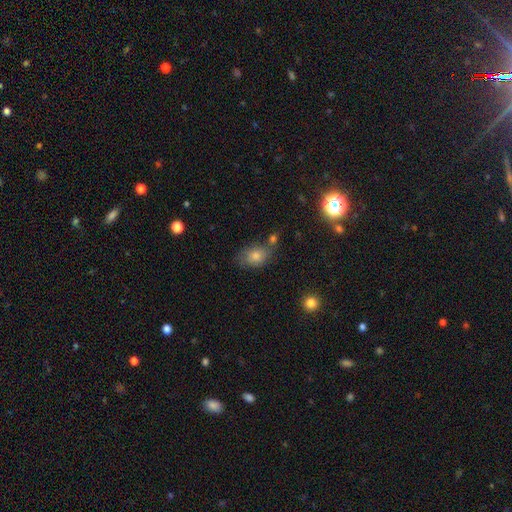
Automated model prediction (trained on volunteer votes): smooth-or-featured: smooth: 60% | featured or disk: 20% | star or artifact: 19%
  how-rounded: in between: 66% | round: 32% | cigar-shaped: 2%
  merging: none: 62% | minor disturbance: 21% | merger: 10% | major disturbance: 7%